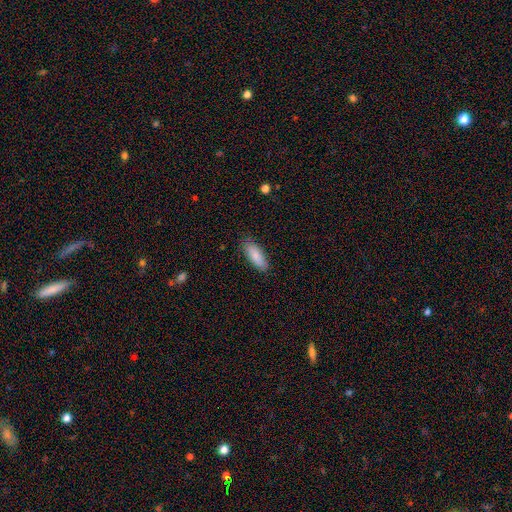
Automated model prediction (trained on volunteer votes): Smooth or featured: smooth — 85% (featured or disk — 9%)
How rounded: in between — 70% (cigar-shaped — 28%)
Merging: none — 85% (minor disturbance — 12%)